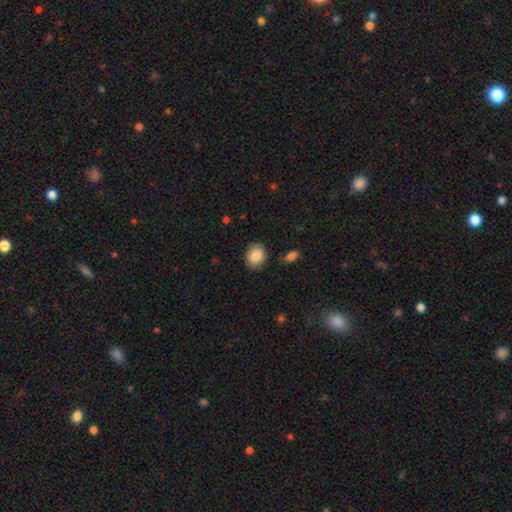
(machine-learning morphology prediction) Smooth or featured?
  - smooth: 87% *
  - star or artifact: 8%
  - featured or disk: 6%
How rounded?
  - round: 51% *
  - in between: 48%
  - cigar-shaped: 1%
Merging?
  - none: 85% *
  - minor disturbance: 11%
  - major disturbance: 3%
  - merger: 2%